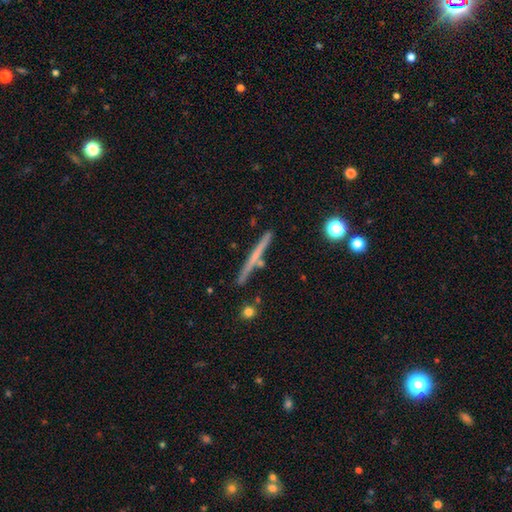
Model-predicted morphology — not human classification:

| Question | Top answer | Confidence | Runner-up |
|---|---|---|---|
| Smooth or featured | featured or disk | 55% | smooth (38%) |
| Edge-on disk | yes | 97% | no (3%) |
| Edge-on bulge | none | 82% | rounded (14%) |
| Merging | none | 86% | minor disturbance (9%) |